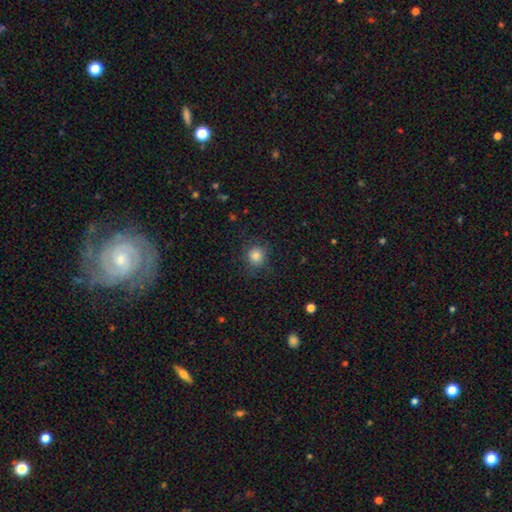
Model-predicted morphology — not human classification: Overall: smooth (83%). How rounded: round (89%). Merging: none (83%).